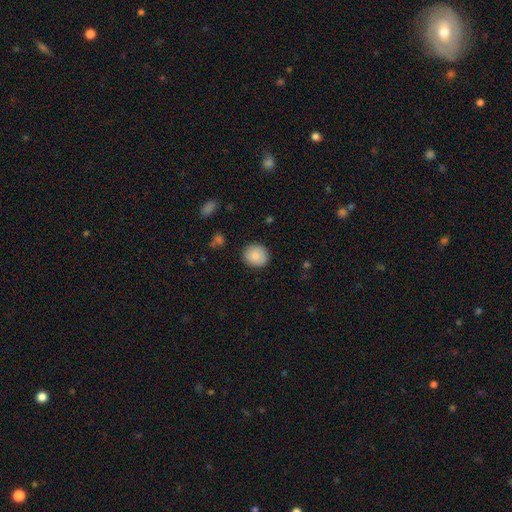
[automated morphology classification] Smooth or featured: smooth — 85% (star or artifact — 7%)
How rounded: round — 83% (in between — 16%)
Merging: none — 89% (minor disturbance — 8%)